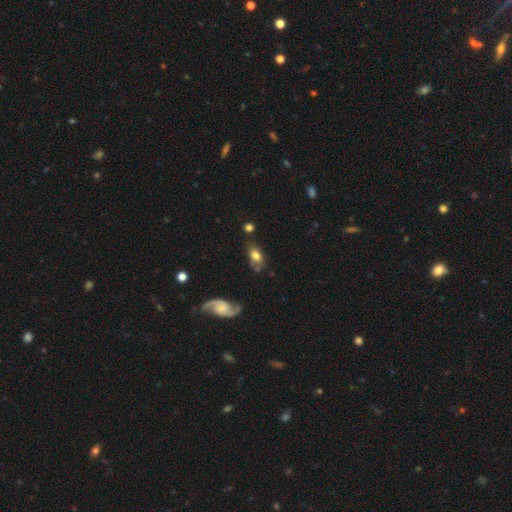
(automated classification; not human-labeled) Smooth or featured? Predicted: smooth (p=0.60). How rounded? Predicted: in between (p=0.86). Merging? Predicted: none (p=0.56).